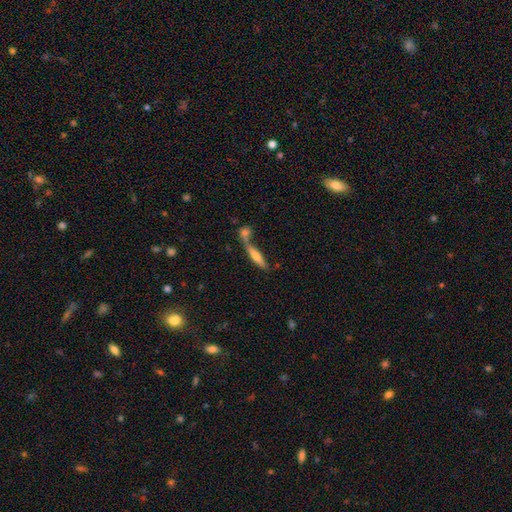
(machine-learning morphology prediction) Smooth or featured? Predicted: smooth (p=0.50). Merging? Predicted: none (p=0.48).